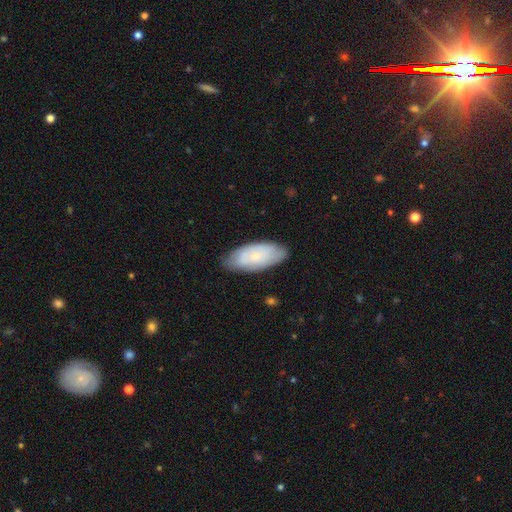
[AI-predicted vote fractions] smooth 62%, featured or disk 31%, star or artifact 6%. Down the decision tree: how rounded — in between (89%); merging — none (78%).